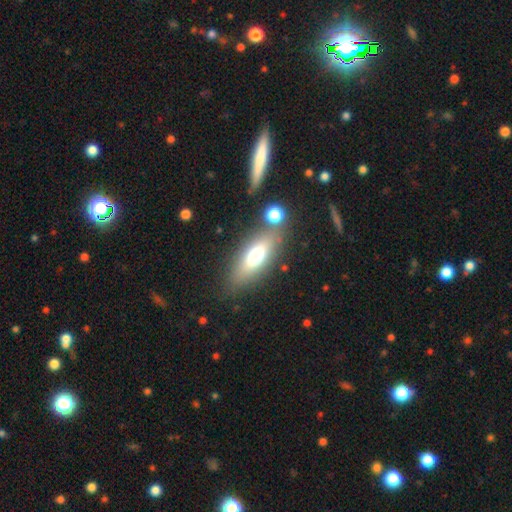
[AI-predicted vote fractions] smooth 65%, featured or disk 26%, star or artifact 9%. Down the decision tree: how rounded — in between (67%); merging — none (73%).